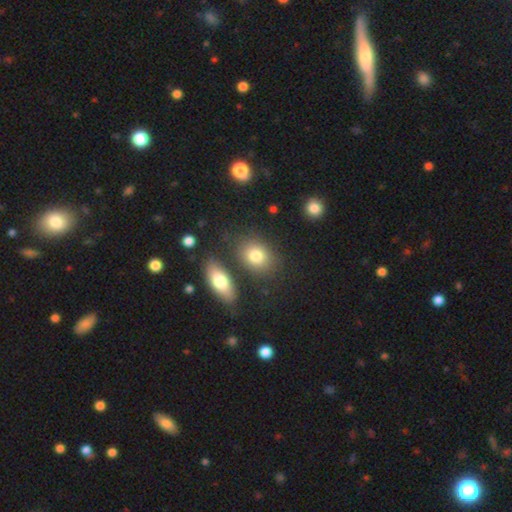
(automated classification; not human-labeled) Smooth or featured? Predicted: smooth (p=0.79). How rounded? Predicted: in between (p=0.56). Merging? Predicted: none (p=0.75).